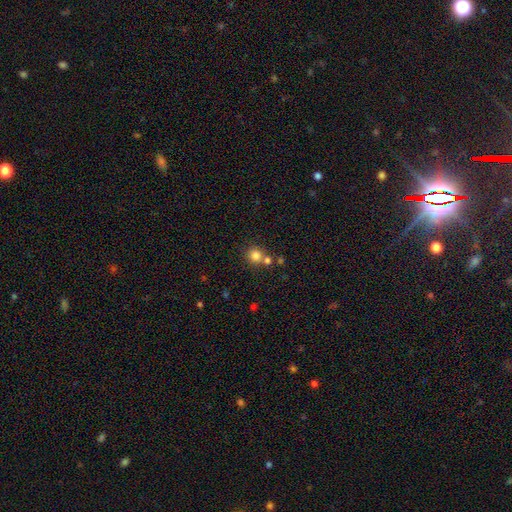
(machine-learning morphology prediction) A smooth galaxy with no disk features (81%) that is round (90%). Merging: none (63%).